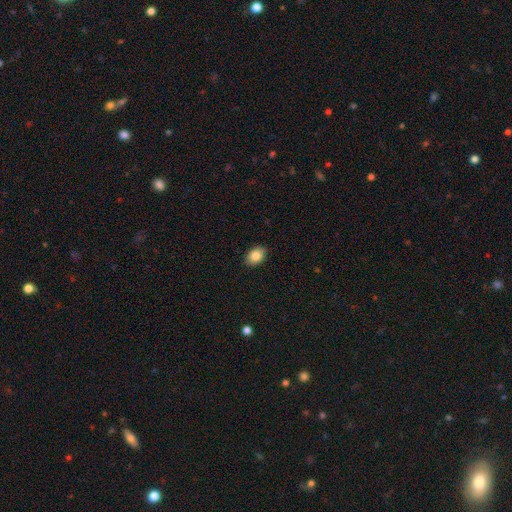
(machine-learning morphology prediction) Smooth or featured: smooth — 85% (star or artifact — 8%)
How rounded: in between — 75% (round — 23%)
Merging: none — 88% (minor disturbance — 9%)